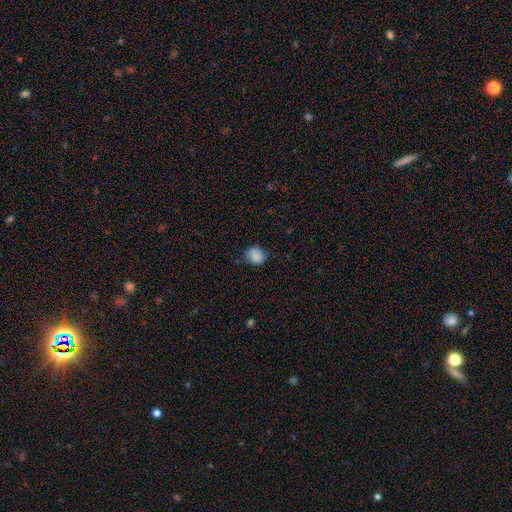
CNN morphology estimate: type=smooth (84%); roundness=round (67%); merging=none (72%).